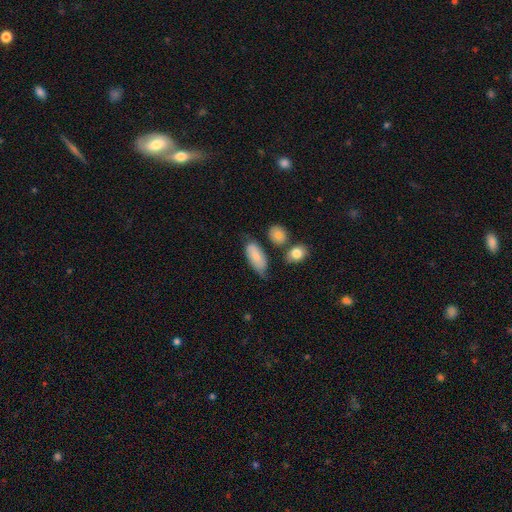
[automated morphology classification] The model was most divided on "merging": none: 54%, minor disturbance: 29%, major disturbance: 8%, merger: 8%. More confident: how rounded — in between (88%); smooth or featured — smooth (74%).